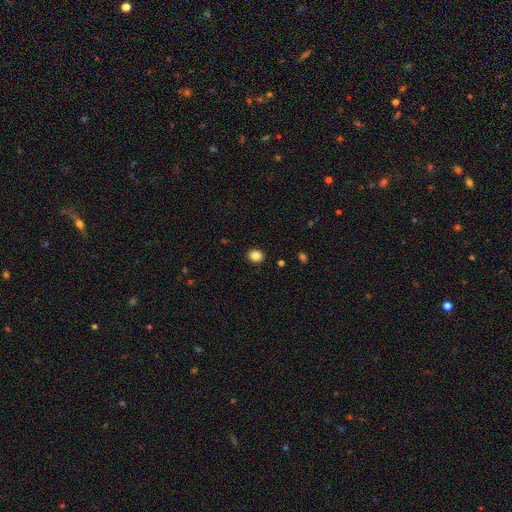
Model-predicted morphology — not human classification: Smooth or featured?
  - smooth: 85% *
  - star or artifact: 10%
  - featured or disk: 5%
How rounded?
  - round: 61% *
  - in between: 38%
  - cigar-shaped: 1%
Merging?
  - none: 90% *
  - minor disturbance: 6%
  - major disturbance: 2%
  - merger: 1%